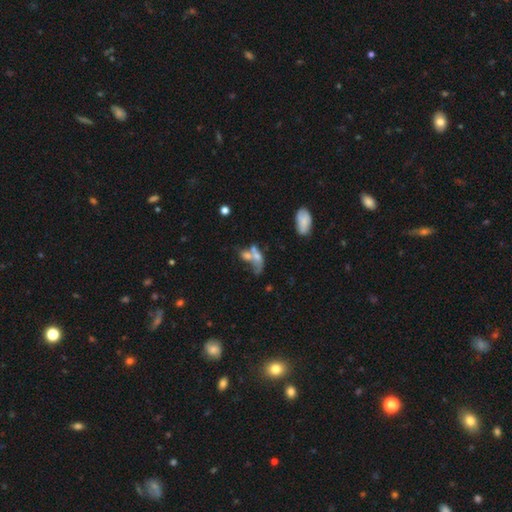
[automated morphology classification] Q: Smooth or featured?
A: smooth (46%); runner-up: featured or disk (40%)
Q: Merging?
A: merger (55%); runner-up: major disturbance (19%)